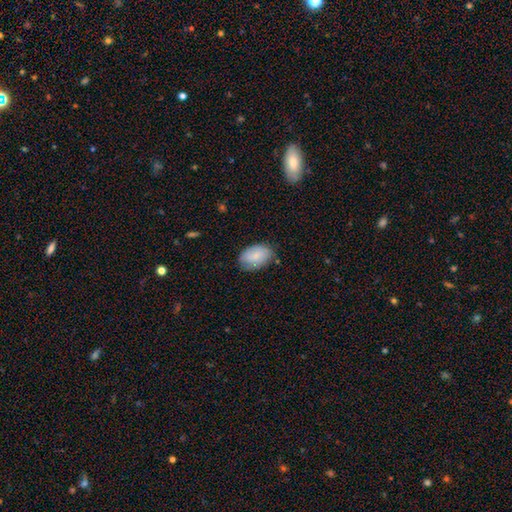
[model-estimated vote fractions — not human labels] Morphology: type=smooth (78%); roundness=in between (89%); merging=none (74%).